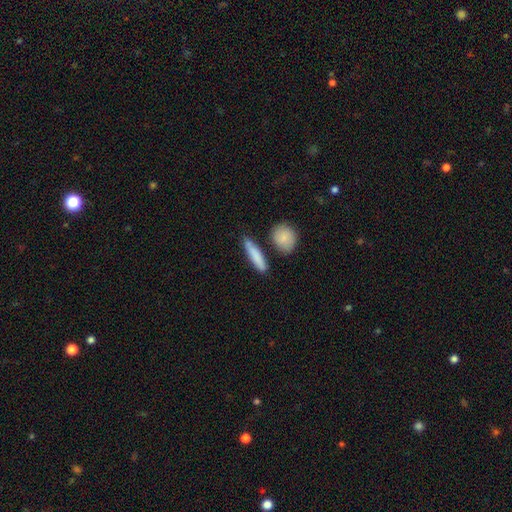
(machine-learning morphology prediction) This is clearly a smooth galaxy (81%). How rounded: likely cigar-shaped (77%). Merging: likely none (73%).